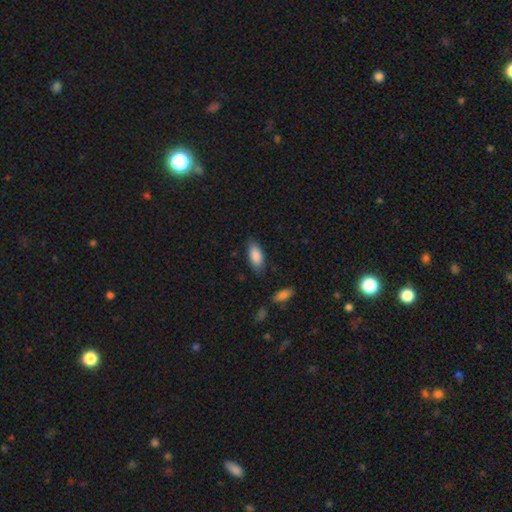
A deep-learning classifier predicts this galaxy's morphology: Smooth or featured: smooth — 87% (star or artifact — 6%)
How rounded: in between — 87% (cigar-shaped — 11%)
Merging: none — 80% (minor disturbance — 15%)